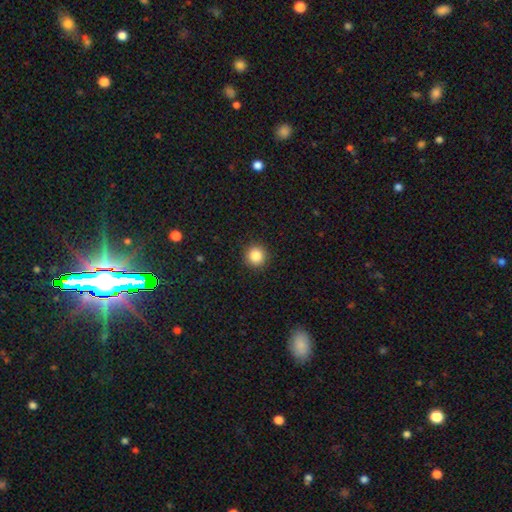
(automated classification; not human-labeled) Smooth or featured? smooth (85%)
How rounded? round (94%)
Merging? none (92%)